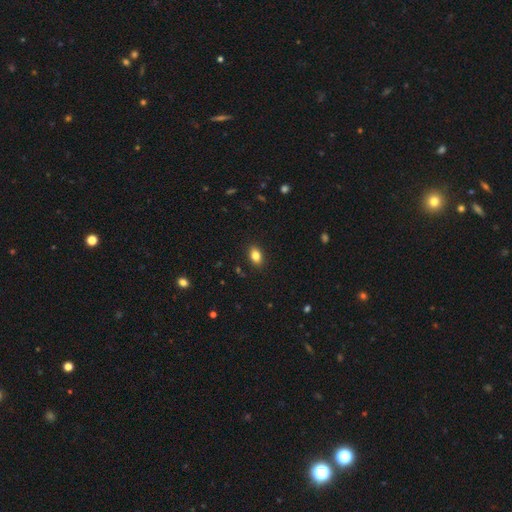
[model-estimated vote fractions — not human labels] smooth-or-featured: smooth: 84% | star or artifact: 9% | featured or disk: 6%
  how-rounded: in between: 84% | round: 15% | cigar-shaped: 2%
  merging: none: 89% | minor disturbance: 8% | major disturbance: 2% | merger: 1%